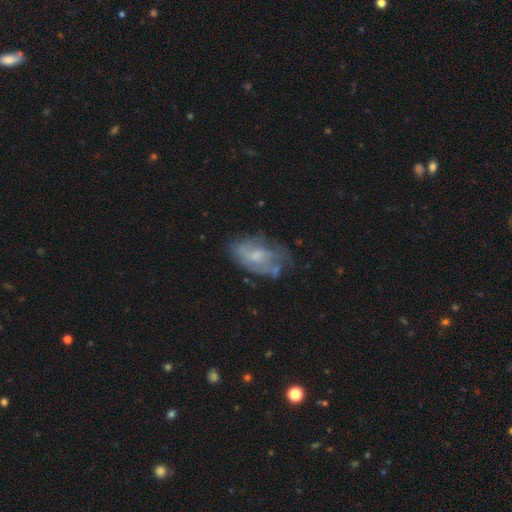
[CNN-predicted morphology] A featured or disk galaxy (63%) with no bar (65%), spiral arms (64%) and a small central bulge (53%). Merging: none (49%).